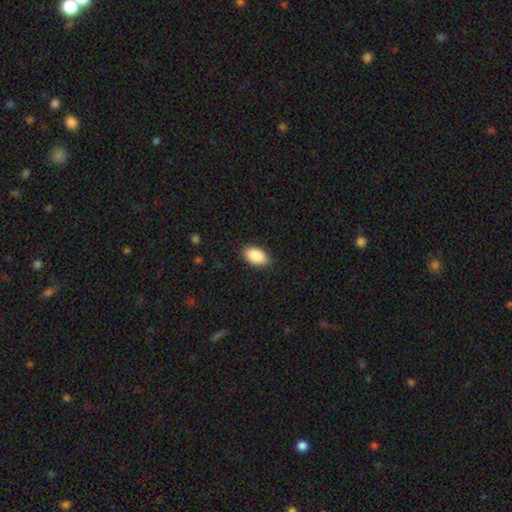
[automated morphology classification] Overall: smooth (91%). How rounded: in between (94%). Merging: none (89%).